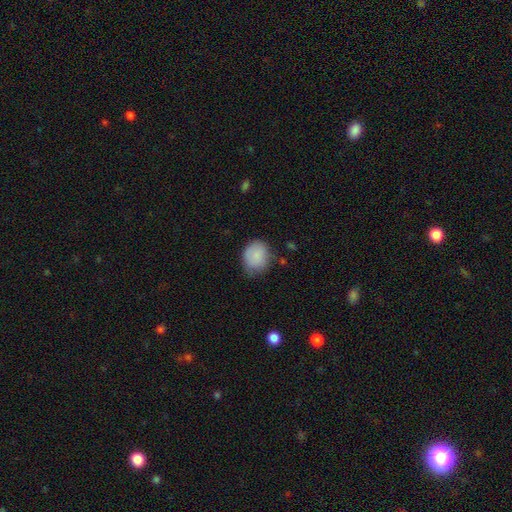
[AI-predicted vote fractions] smooth 86%, star or artifact 7%, featured or disk 7%. Down the decision tree: how rounded — round (59%); merging — none (61%).